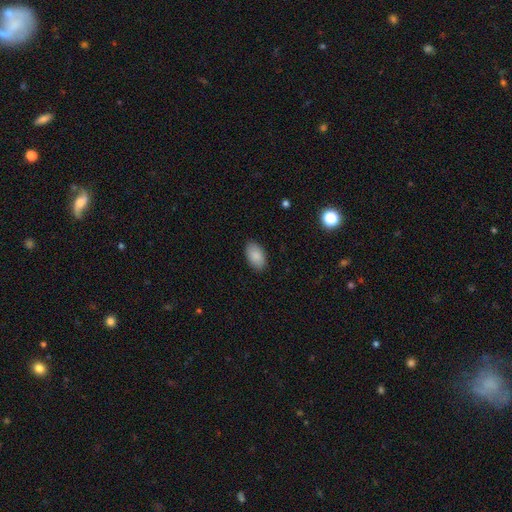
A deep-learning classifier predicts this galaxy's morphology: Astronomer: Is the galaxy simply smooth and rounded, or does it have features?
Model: smooth — 88%.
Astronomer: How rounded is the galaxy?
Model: in between — 94%.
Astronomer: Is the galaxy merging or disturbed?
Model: none — 88%.